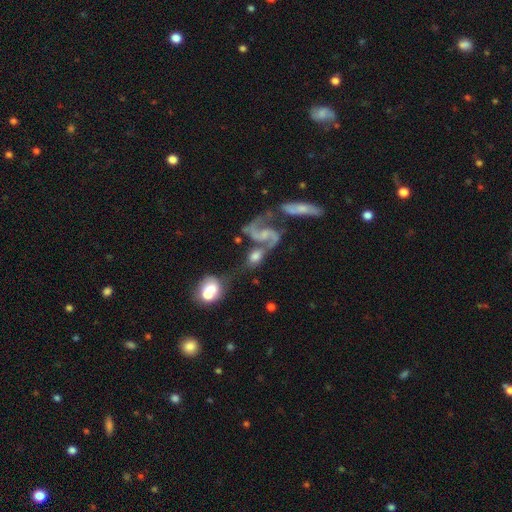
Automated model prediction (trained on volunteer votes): The model was most divided on "merging": merger: 39%, none: 32%, major disturbance: 15%, minor disturbance: 14%. Remaining: edge-on disk — no (95%); spiral arms — yes (92%); spiral arm count — 2 (89%); smooth or featured — featured or disk (79%); spiral winding — loose (58%); bar — no (49%); bulge size — small (44%).